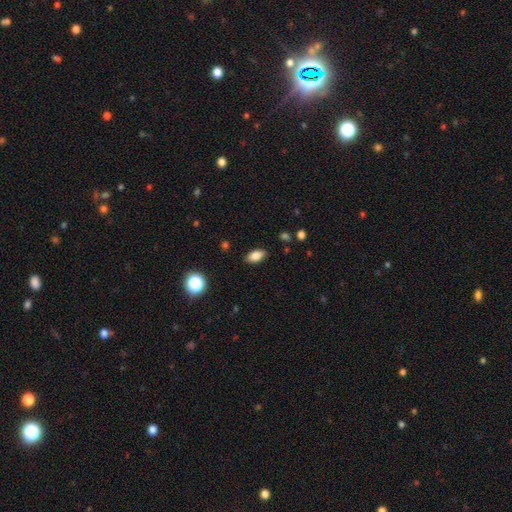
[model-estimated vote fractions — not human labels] Smooth or featured: smooth — 82% (star or artifact — 9%)
How rounded: in between — 89% (round — 6%)
Merging: none — 88% (minor disturbance — 9%)